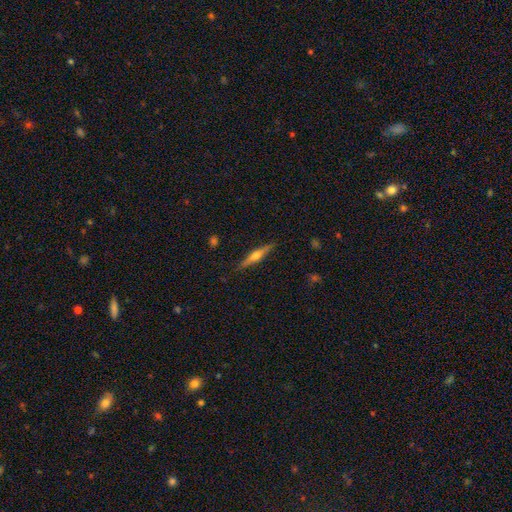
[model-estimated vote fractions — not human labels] Q: Smooth or featured?
A: featured or disk (69%); runner-up: smooth (25%)
Q: Edge-on disk?
A: yes (98%); runner-up: no (2%)
Q: Edge-on bulge?
A: rounded (91%); runner-up: boxy (6%)
Q: Merging?
A: none (89%); runner-up: minor disturbance (8%)